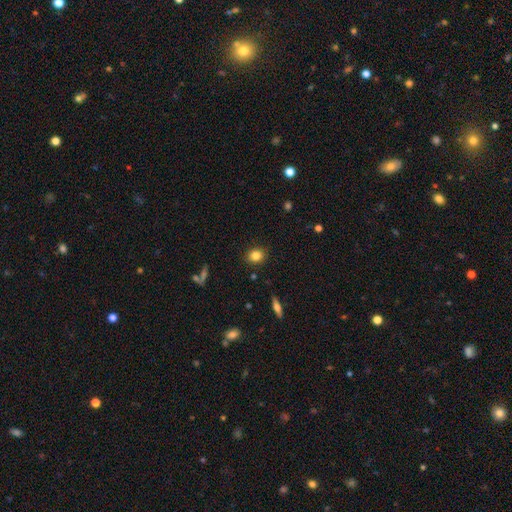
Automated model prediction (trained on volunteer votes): Q: Smooth or featured?
A: smooth (82%); runner-up: star or artifact (10%)
Q: How rounded?
A: round (65%); runner-up: in between (33%)
Q: Merging?
A: none (89%); runner-up: minor disturbance (8%)